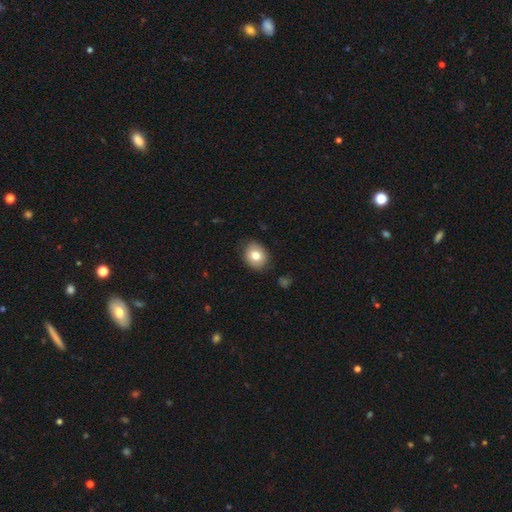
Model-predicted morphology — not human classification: type=smooth (77%); roundness=round (58%); merging=none (85%).